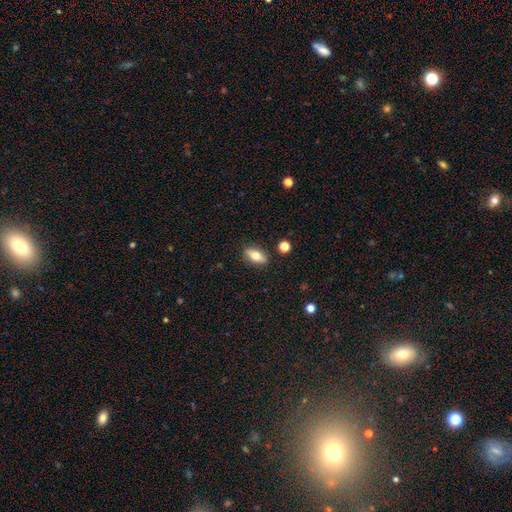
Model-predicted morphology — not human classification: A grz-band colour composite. It shows a smooth galaxy with no disk features (69%) that is in between round and cigar-shaped (82%). Merging: none (86%).